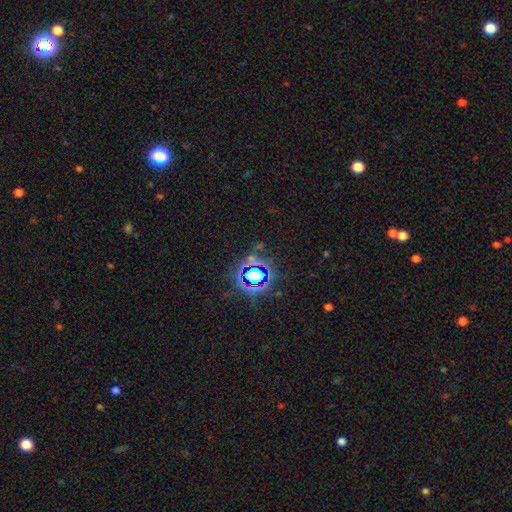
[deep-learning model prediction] The model was most divided on "smooth or featured": star or artifact: 76%, smooth: 16%, featured or disk: 8%.